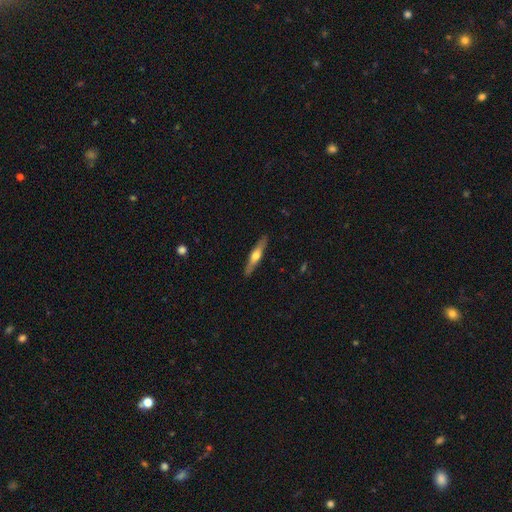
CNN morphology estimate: A featured or disk galaxy (57%) viewed edge-on (93%) with a rounded central bulge (91%). Merging: none (90%).